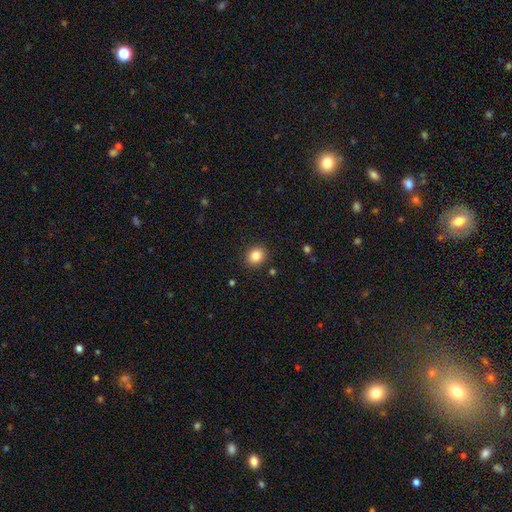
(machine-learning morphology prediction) Smooth or featured?
  - smooth: 85% *
  - star or artifact: 10%
  - featured or disk: 5%
How rounded?
  - round: 67% *
  - in between: 32%
  - cigar-shaped: 1%
Merging?
  - none: 89% *
  - minor disturbance: 7%
  - major disturbance: 2%
  - merger: 1%